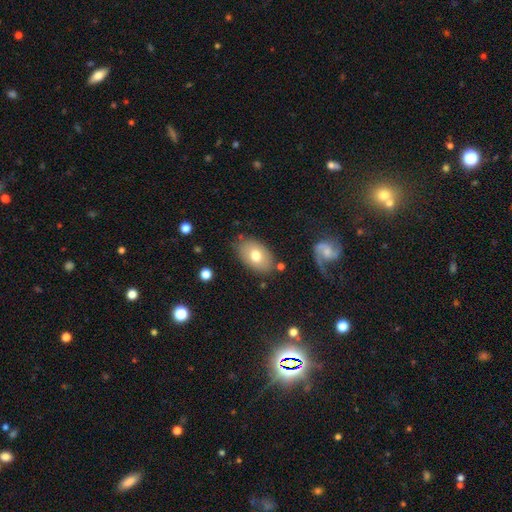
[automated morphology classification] Overall: smooth (71%). How rounded: in between (89%). Merging: none (77%).